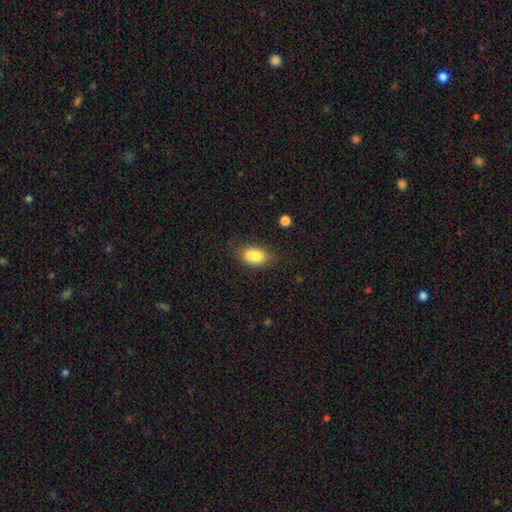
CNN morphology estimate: The model was most divided on "merging": none: 70%, minor disturbance: 18%, merger: 7%, major disturbance: 5%. More confident: how rounded — in between (87%); smooth or featured — smooth (81%).